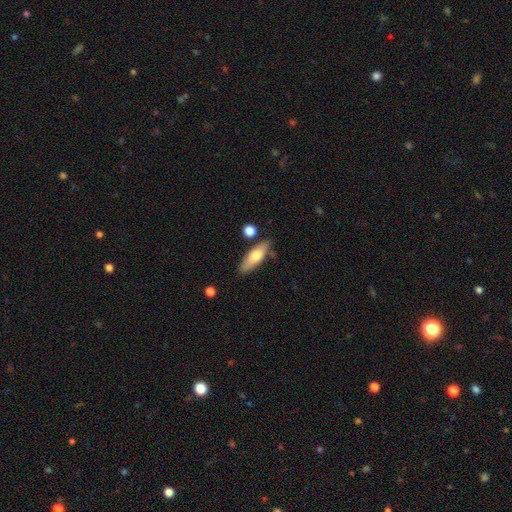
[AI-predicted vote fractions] The model was most divided on "how rounded": in between: 52%, cigar-shaped: 45%, round: 3%. More confident: merging — none (78%); smooth or featured — smooth (65%).